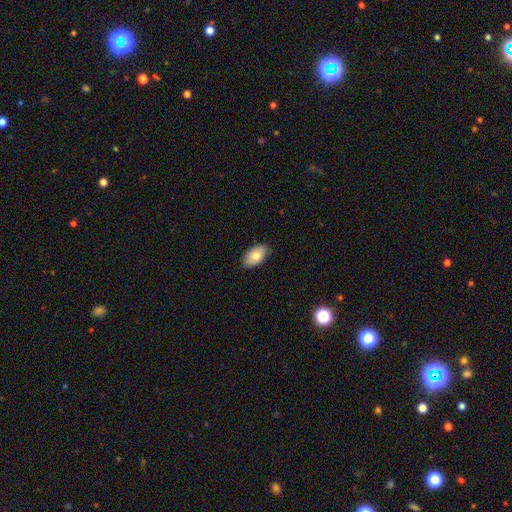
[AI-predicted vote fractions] Morphology: type=smooth (78%); roundness=in between (94%); merging=none (86%).